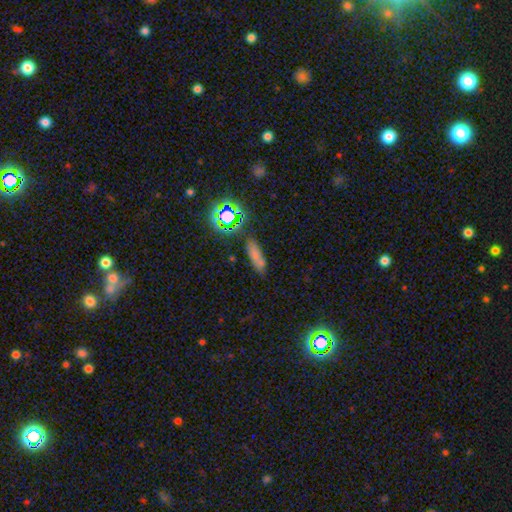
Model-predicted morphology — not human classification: type=smooth (68%); roundness=cigar-shaped (49%); merging=none (70%).